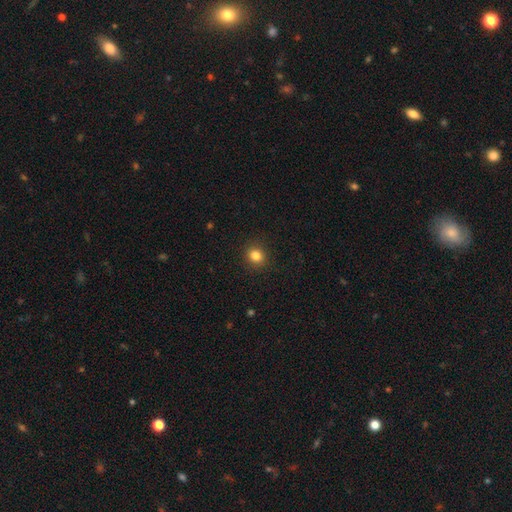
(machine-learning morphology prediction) smooth-or-featured: smooth: 83% | star or artifact: 12% | featured or disk: 5%
  how-rounded: round: 79% | in between: 21% | cigar-shaped: 1%
  merging: none: 90% | minor disturbance: 7% | major disturbance: 2% | merger: 1%